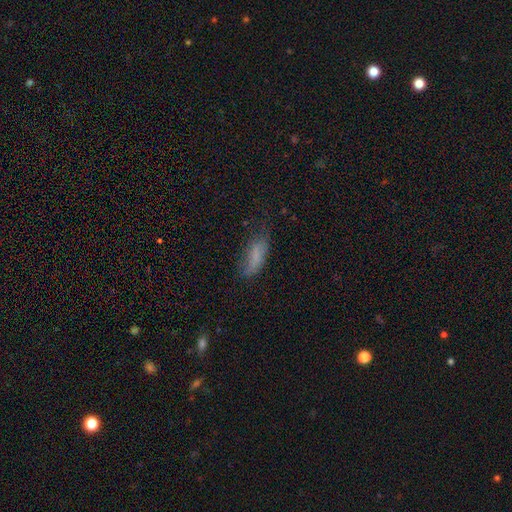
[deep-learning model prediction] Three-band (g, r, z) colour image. It shows a smooth galaxy with no disk features (73%) that is in between round and cigar-shaped (64%). Merging: none (46%).